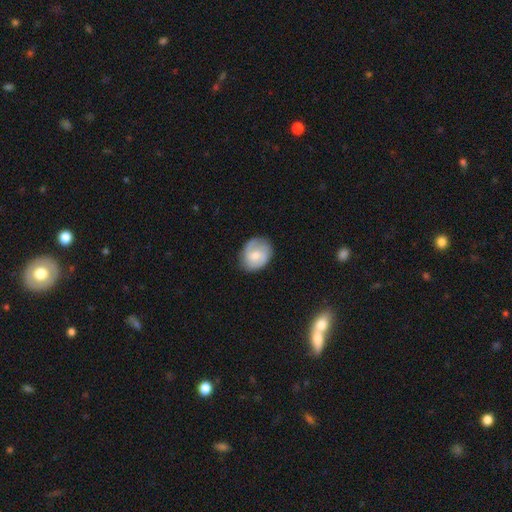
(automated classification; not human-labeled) Smooth or featured: featured or disk — 53% (smooth — 41%)
Edge-on disk: no — 97% (yes — 3%)
Bar: no — 54% (weak — 39%)
Spiral arms: yes — 87% (no — 13%)
Bulge size: moderate — 49% (small — 42%)
Merging: none — 75% (minor disturbance — 18%)